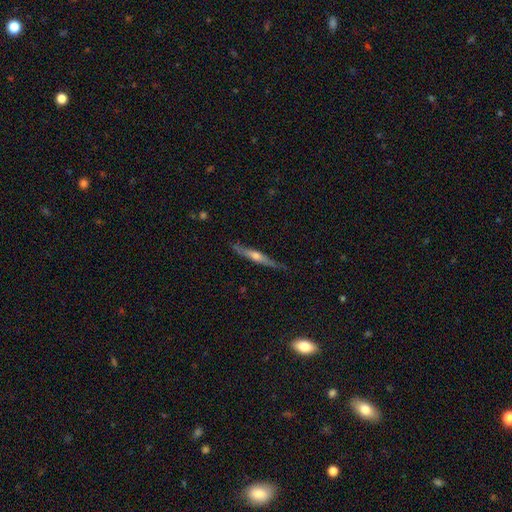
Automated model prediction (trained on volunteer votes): Q: Smooth or featured?
A: featured or disk (69%); runner-up: smooth (25%)
Q: Edge-on disk?
A: yes (96%); runner-up: no (4%)
Q: Edge-on bulge?
A: rounded (81%); runner-up: none (13%)
Q: Merging?
A: none (82%); runner-up: minor disturbance (14%)